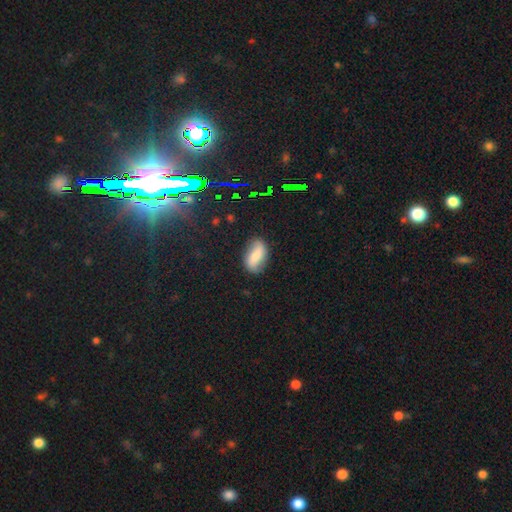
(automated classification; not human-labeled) Smooth or featured? Predicted: smooth (p=0.57). How rounded? Predicted: in between (p=0.87). Merging? Predicted: none (p=0.78).